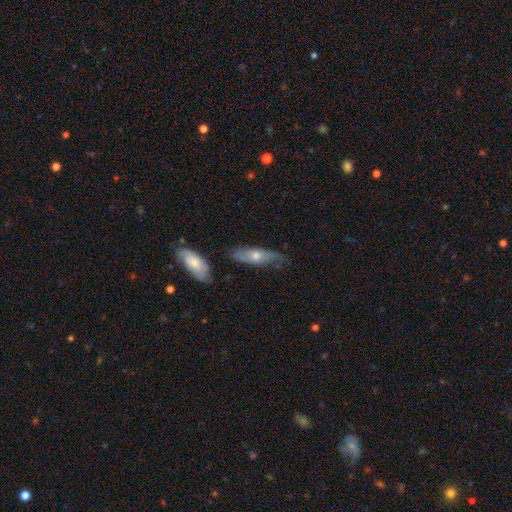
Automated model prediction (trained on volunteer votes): smooth_or_featured: smooth (p=0.48) [alt: featured or disk p=0.46]
merging: none (p=0.65) [alt: minor disturbance p=0.25]